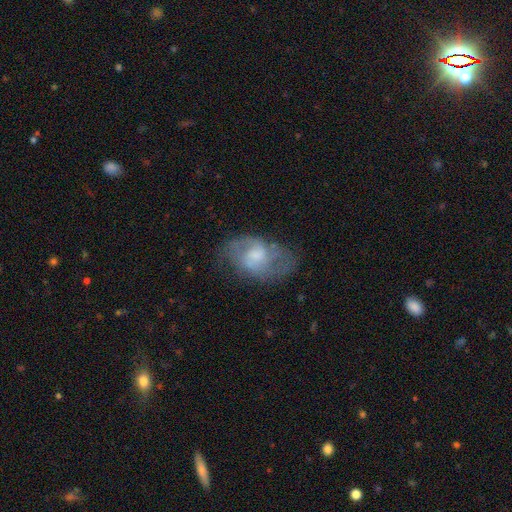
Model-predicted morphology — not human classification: Smooth or featured? Predicted: featured or disk (p=0.68). Edge-on disk? Predicted: no (p=0.96). Bar? Predicted: weak (p=0.47). Spiral arms? Predicted: yes (p=0.84). Spiral winding? Predicted: medium (p=0.49). Spiral arm count? Predicted: 2 (p=0.71). Bulge size? Predicted: moderate (p=0.39). Merging? Predicted: none (p=0.62).